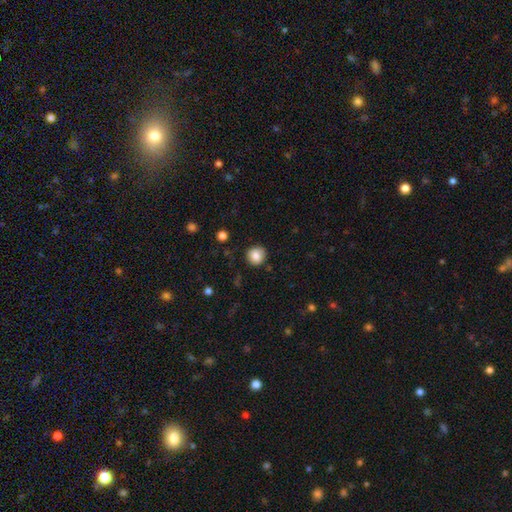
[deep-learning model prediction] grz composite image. It shows a smooth galaxy with no disk features (85%) that is round (91%). Merging: none (87%).